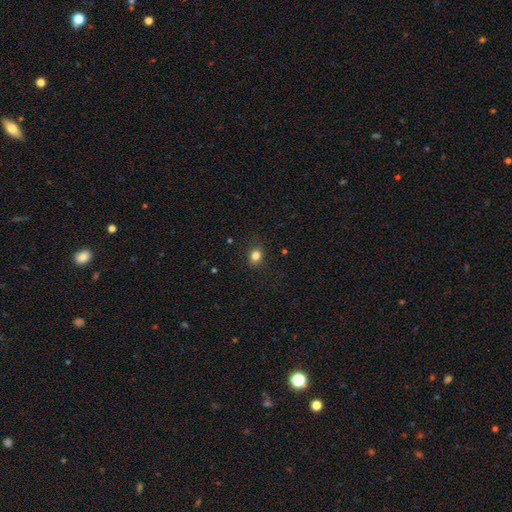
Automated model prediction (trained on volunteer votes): This appears to be a smooth galaxy with no disk features (82%) that is round (64%). Merging: none (85%).